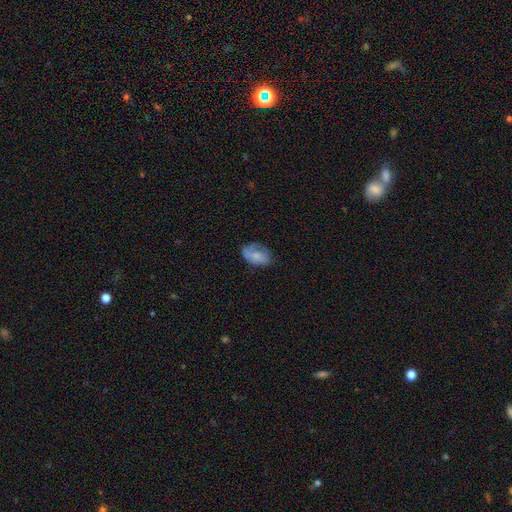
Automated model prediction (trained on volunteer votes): Overall: smooth (64%; featured or disk 28%). How rounded: in between (85%). Merging: none (50%; minor disturbance 30%).